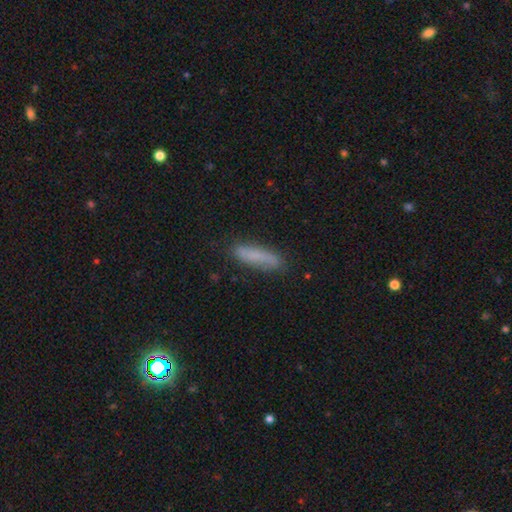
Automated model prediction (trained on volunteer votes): Q: Smooth or featured?
A: smooth (74%); runner-up: featured or disk (17%)
Q: How rounded?
A: cigar-shaped (75%); runner-up: in between (23%)
Q: Merging?
A: none (78%); runner-up: minor disturbance (16%)